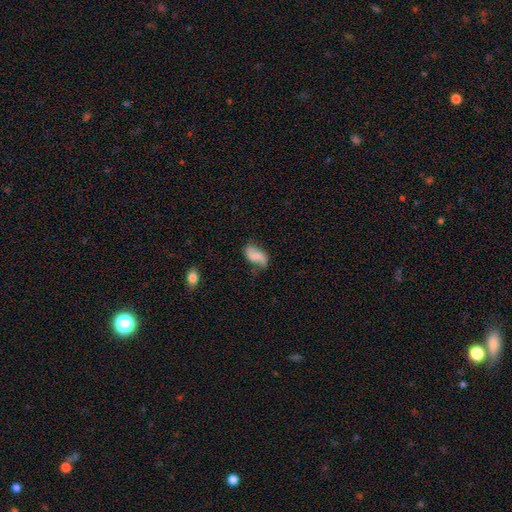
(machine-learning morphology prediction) smooth_or_featured: featured or disk (p=0.47) [alt: smooth p=0.44]
merging: none (p=0.56) [alt: minor disturbance p=0.27]